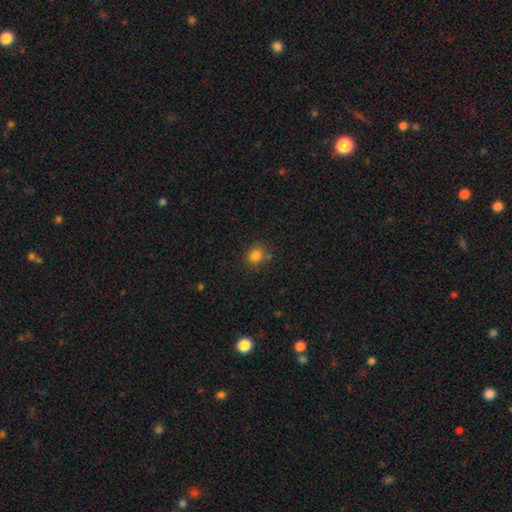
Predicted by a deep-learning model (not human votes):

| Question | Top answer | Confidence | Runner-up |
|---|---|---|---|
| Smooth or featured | smooth | 82% | star or artifact (12%) |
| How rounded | round | 72% | in between (27%) |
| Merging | none | 73% | minor disturbance (16%) |